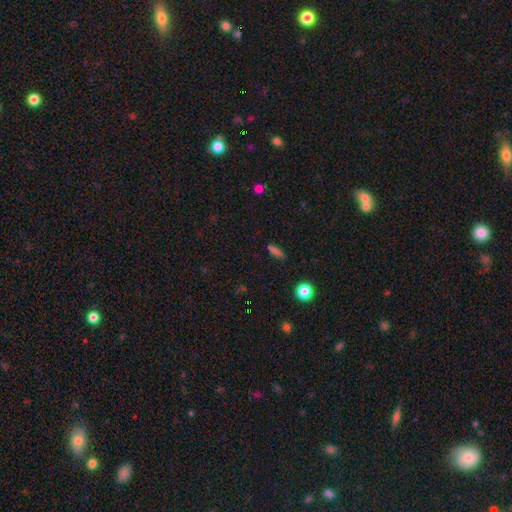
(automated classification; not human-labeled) smooth-or-featured: smooth: 68% | star or artifact: 23% | featured or disk: 8%
  how-rounded: cigar-shaped: 60% | in between: 30% | round: 10%
  merging: none: 85% | minor disturbance: 10% | major disturbance: 3% | merger: 2%